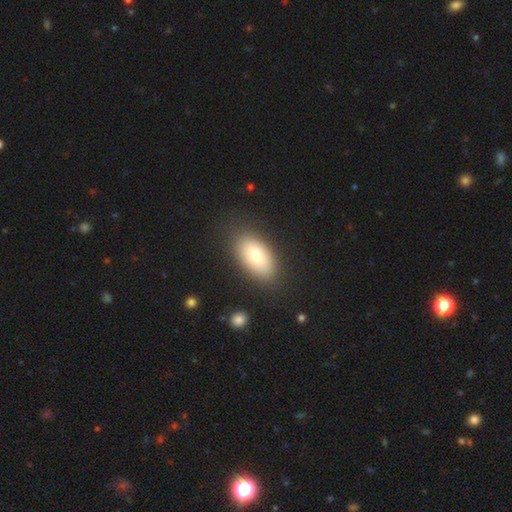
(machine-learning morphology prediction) Smooth or featured?
  - smooth: 80% *
  - featured or disk: 13%
  - star or artifact: 7%
How rounded?
  - in between: 92% *
  - round: 4%
  - cigar-shaped: 3%
Merging?
  - none: 83% *
  - minor disturbance: 11%
  - major disturbance: 4%
  - merger: 2%